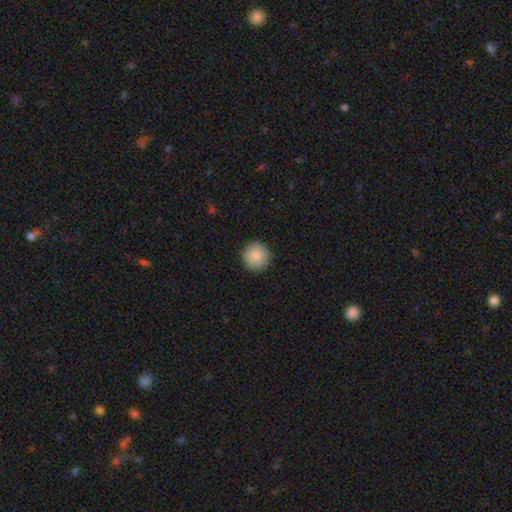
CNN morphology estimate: smooth 86%, star or artifact 7%, featured or disk 6%. Down the decision tree: how rounded — round (94%); merging — none (91%).